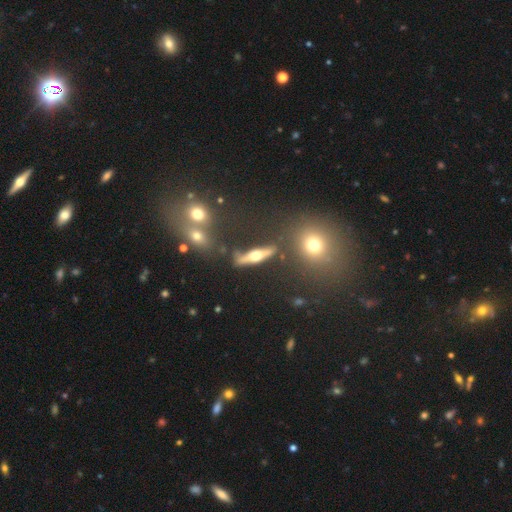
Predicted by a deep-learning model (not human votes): Smooth or featured? featured or disk (65%)
Edge-on disk? yes (91%)
Edge-on bulge? rounded (95%)
Merging? none (76%)